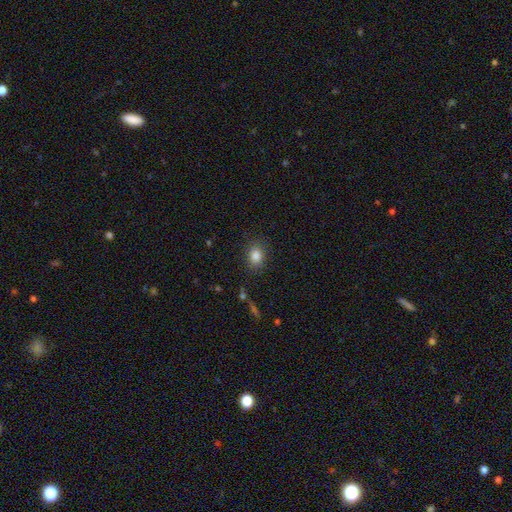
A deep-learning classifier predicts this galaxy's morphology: Smooth or featured?
  - smooth: 84% *
  - star or artifact: 10%
  - featured or disk: 6%
How rounded?
  - in between: 59% *
  - round: 39%
  - cigar-shaped: 1%
Merging?
  - none: 84% *
  - minor disturbance: 11%
  - major disturbance: 4%
  - merger: 1%